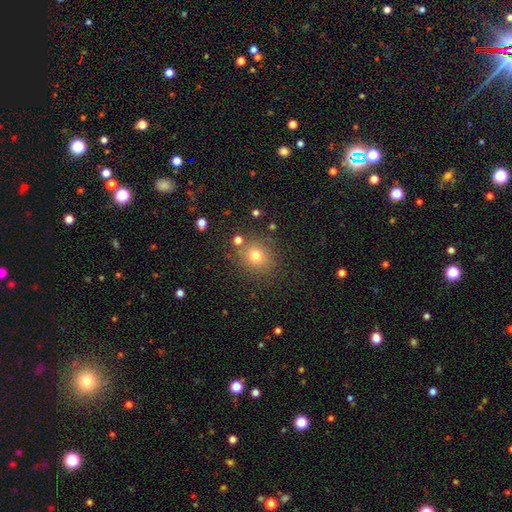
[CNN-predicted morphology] This is likely a smooth galaxy (75%). How rounded: likely round (78%). Merging: clearly none (81%).